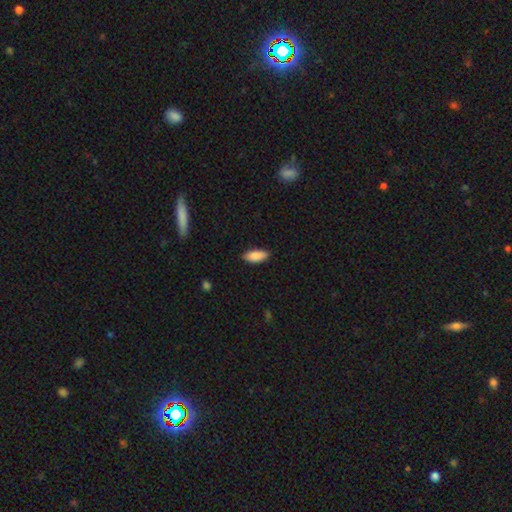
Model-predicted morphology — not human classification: Smooth or featured? Predicted: smooth (p=0.88). How rounded? Predicted: in between (p=0.83). Merging? Predicted: none (p=0.86).